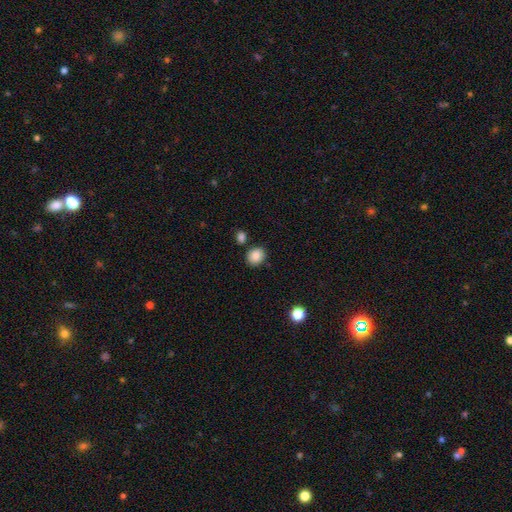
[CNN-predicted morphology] type=smooth (87%); roundness=round (69%); merging=none (80%).